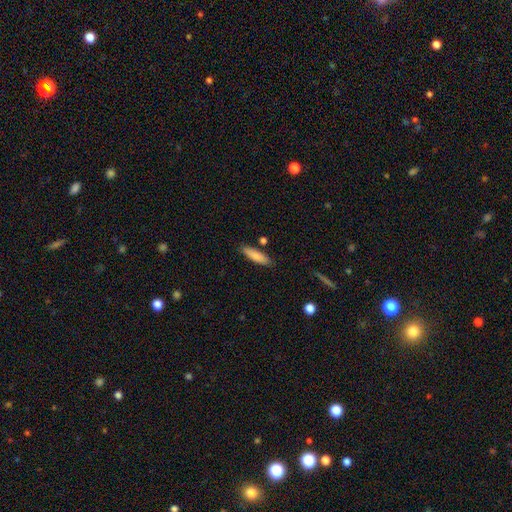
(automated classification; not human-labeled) Smooth or featured? Predicted: smooth (p=0.82). How rounded? Predicted: cigar-shaped (p=0.72). Merging? Predicted: none (p=0.84).